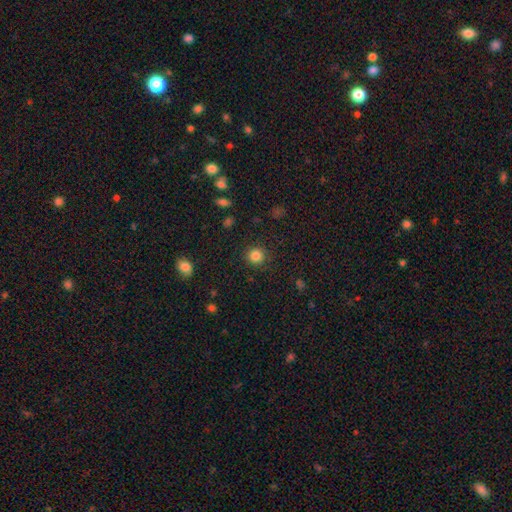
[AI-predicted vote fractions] The model was most divided on "smooth or featured": smooth: 84%, star or artifact: 12%, featured or disk: 5%. More confident: how rounded — round (93%); merging — none (89%).